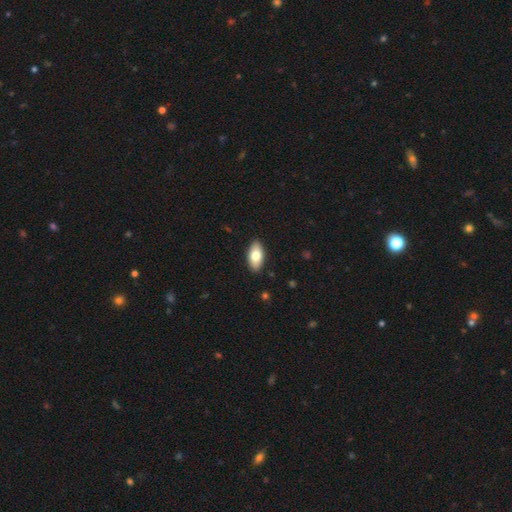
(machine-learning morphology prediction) Q: Smooth or featured?
A: smooth (77%); runner-up: featured or disk (17%)
Q: How rounded?
A: in between (91%); runner-up: cigar-shaped (6%)
Q: Merging?
A: none (90%); runner-up: minor disturbance (8%)